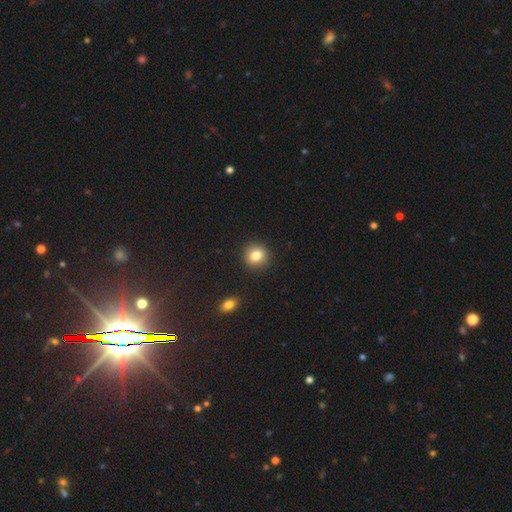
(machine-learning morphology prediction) The model was most divided on "smooth or featured": smooth: 82%, star or artifact: 10%, featured or disk: 8%. More confident: merging — none (90%); how rounded — round (88%).